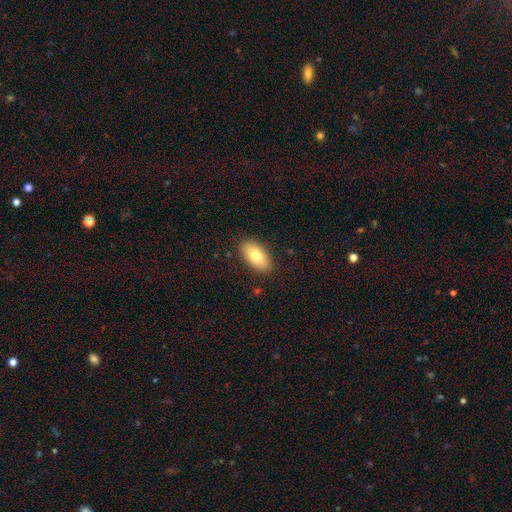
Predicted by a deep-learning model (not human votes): Smooth or featured? smooth (78%)
How rounded? in between (93%)
Merging? none (88%)